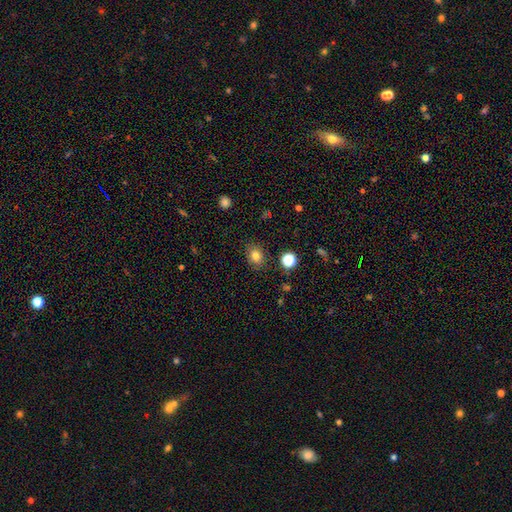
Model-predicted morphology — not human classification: Smooth or featured? Predicted: smooth (p=0.80). How rounded? Predicted: in between (p=0.50). Merging? Predicted: none (p=0.86).